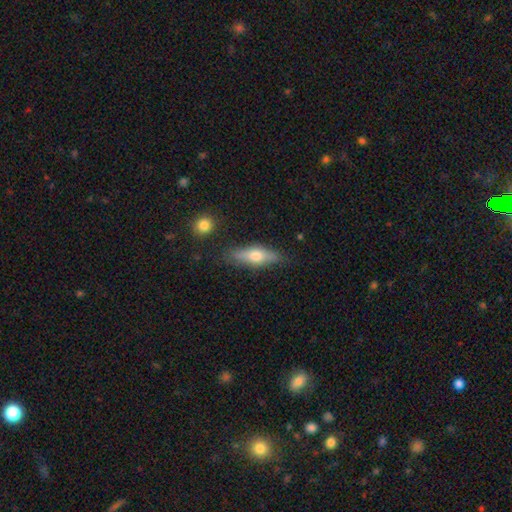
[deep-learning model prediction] smooth_or_featured: smooth (p=0.50) [alt: featured or disk p=0.43]
merging: none (p=0.81) [alt: minor disturbance p=0.14]